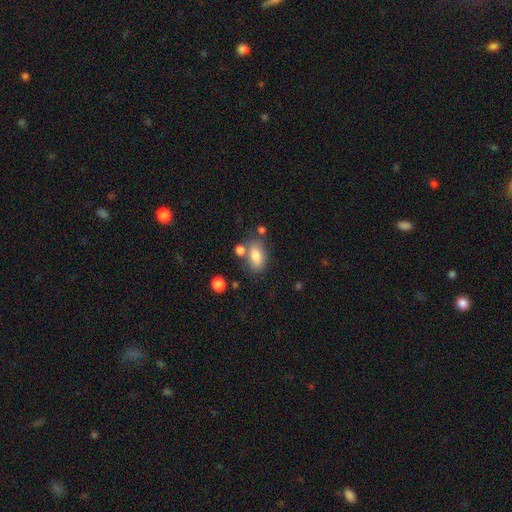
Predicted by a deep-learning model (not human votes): This is clearly a smooth galaxy (80%). How rounded: clearly in between (87%). Merging: likely none (65%).